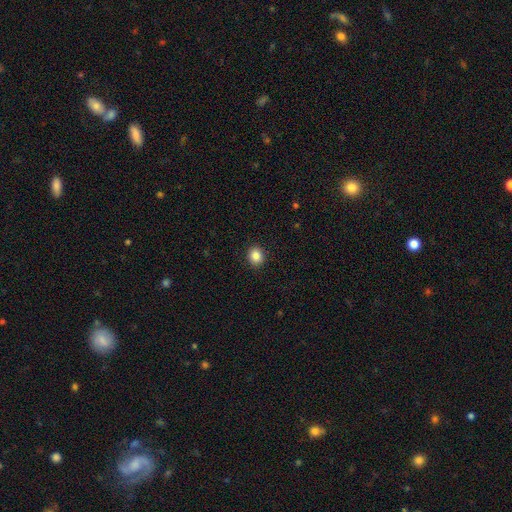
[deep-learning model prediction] Smooth or featured: smooth — 87% (star or artifact — 10%)
How rounded: round — 77% (in between — 22%)
Merging: none — 91% (minor disturbance — 6%)